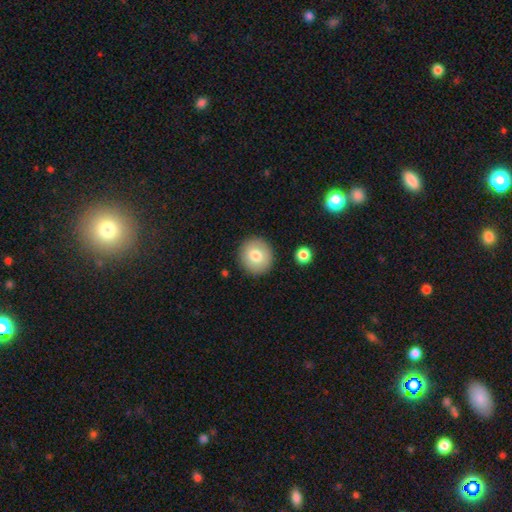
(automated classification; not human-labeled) Overall: smooth (78%). How rounded: round (87%). Merging: none (89%).